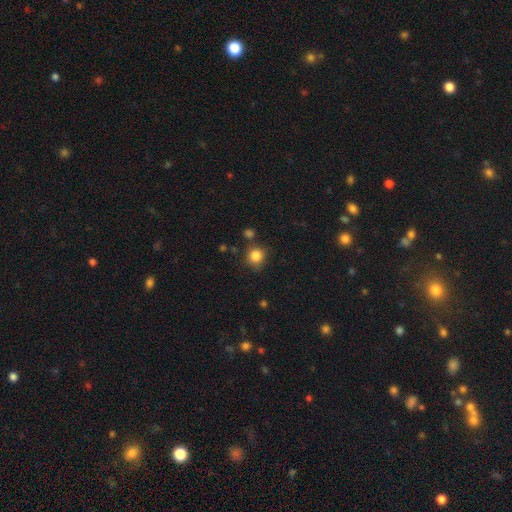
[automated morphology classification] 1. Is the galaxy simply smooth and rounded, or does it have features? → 84% smooth, 11% star or artifact, 5% featured or disk.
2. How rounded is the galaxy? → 88% round, 11% in between, 1% cigar-shaped.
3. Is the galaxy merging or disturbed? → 76% none, 13% minor disturbance, 7% merger, 4% major disturbance.